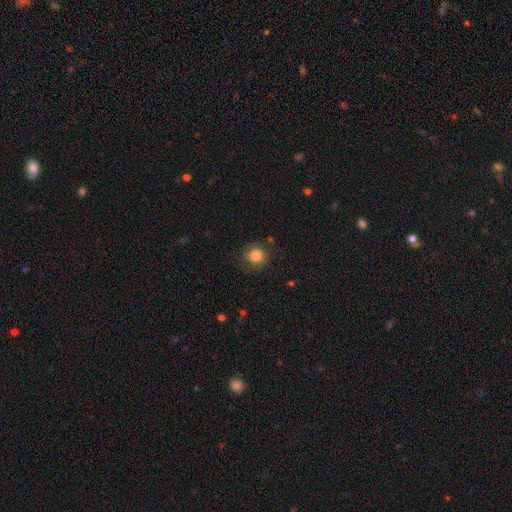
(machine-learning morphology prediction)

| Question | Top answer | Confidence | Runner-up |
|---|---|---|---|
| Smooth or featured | smooth | 81% | star or artifact (10%) |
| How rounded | round | 90% | in between (9%) |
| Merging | none | 82% | minor disturbance (12%) |